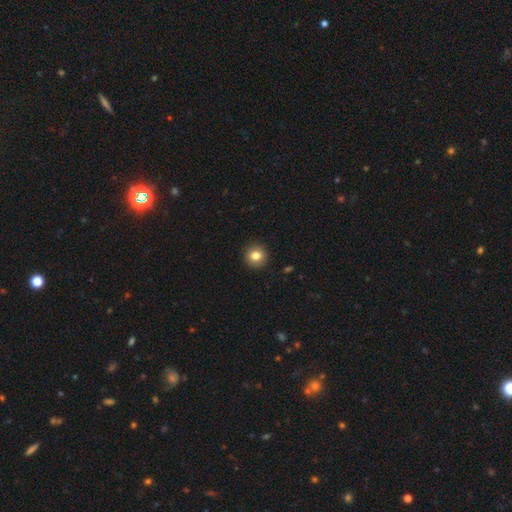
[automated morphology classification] Smooth or featured?
  - smooth: 82% *
  - star or artifact: 10%
  - featured or disk: 8%
How rounded?
  - round: 92% *
  - in between: 7%
  - cigar-shaped: 1%
Merging?
  - none: 93% *
  - minor disturbance: 5%
  - major disturbance: 2%
  - merger: 1%